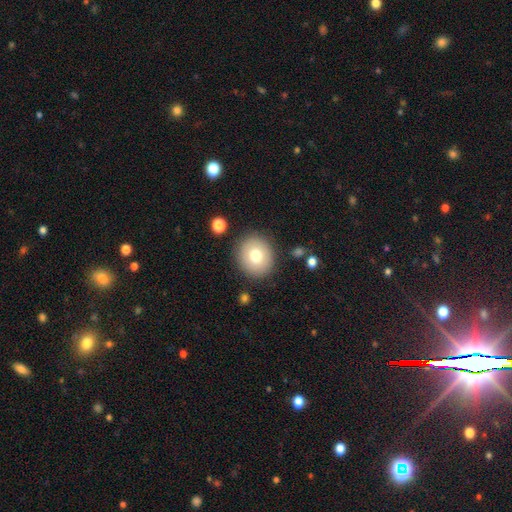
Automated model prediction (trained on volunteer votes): Smooth or featured: smooth — 75% (featured or disk — 16%)
How rounded: round — 82% (in between — 17%)
Merging: none — 87% (minor disturbance — 8%)